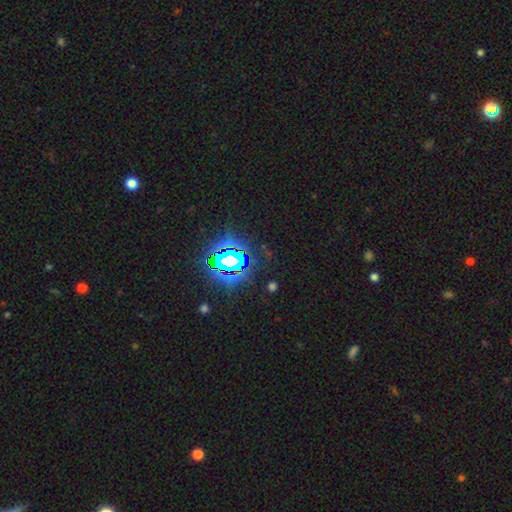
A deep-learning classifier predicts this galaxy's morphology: smooth_or_featured: star or artifact (p=0.83) [alt: smooth p=0.11]